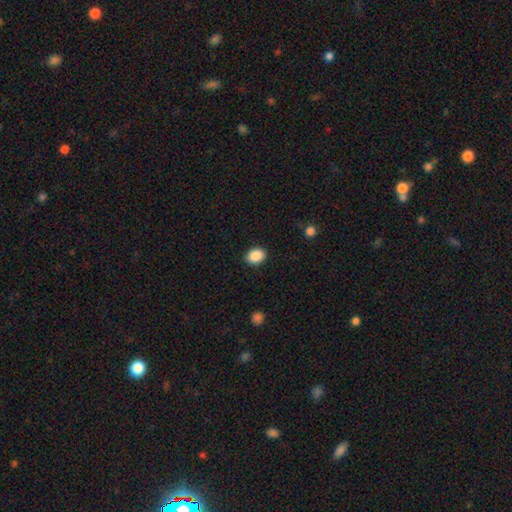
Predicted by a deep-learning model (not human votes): This appears to be a smooth galaxy with no disk features (90%) that is in between round and cigar-shaped (61%). Merging: none (89%).